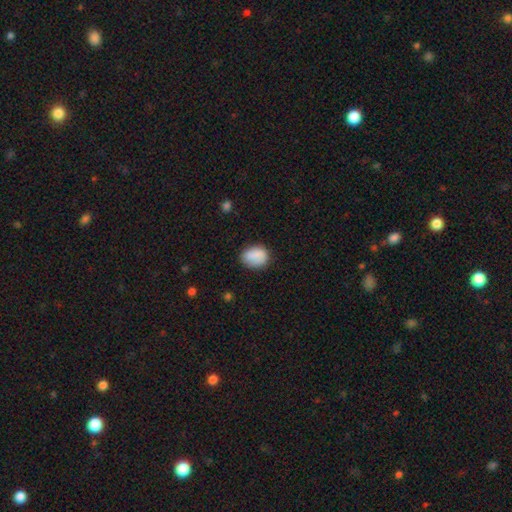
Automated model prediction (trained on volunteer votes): Overall: smooth (85%). How rounded: in between (64%; round 34%). Merging: none (74%).